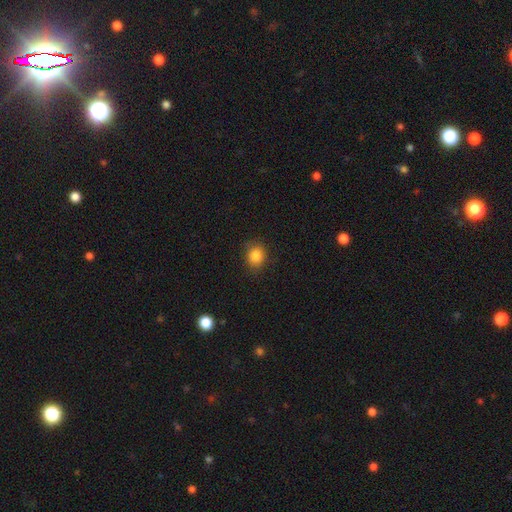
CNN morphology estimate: smooth-or-featured: smooth: 85% | star or artifact: 10% | featured or disk: 5%
  how-rounded: round: 67% | in between: 32% | cigar-shaped: 1%
  merging: none: 83% | minor disturbance: 13% | major disturbance: 3% | merger: 1%